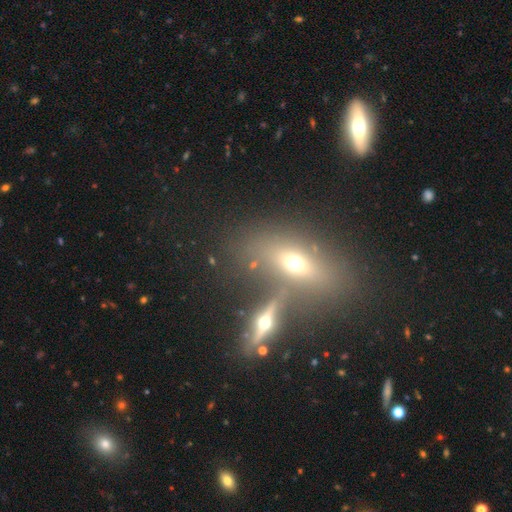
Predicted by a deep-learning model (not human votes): Smooth or featured? smooth (45%)
Merging? none (51%)